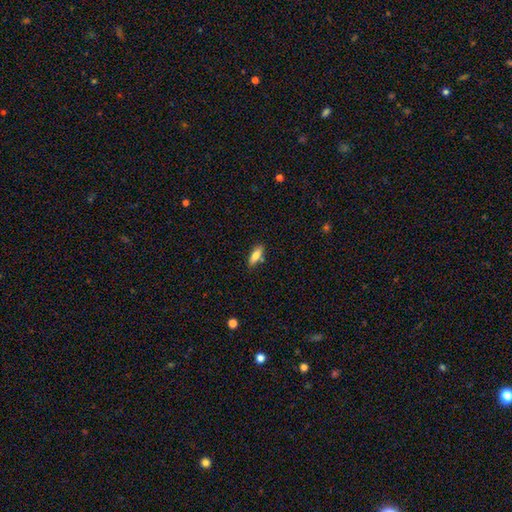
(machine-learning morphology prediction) Smooth or featured? smooth (78%)
How rounded? in between (66%)
Merging? none (78%)